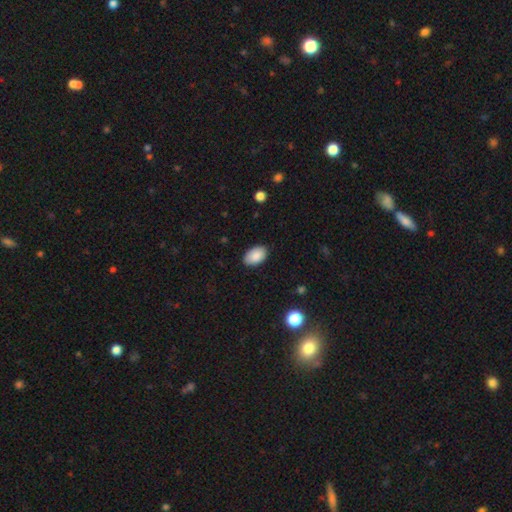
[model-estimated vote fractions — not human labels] This is clearly a smooth galaxy (88%). How rounded: clearly in between (93%). Merging: clearly none (86%).